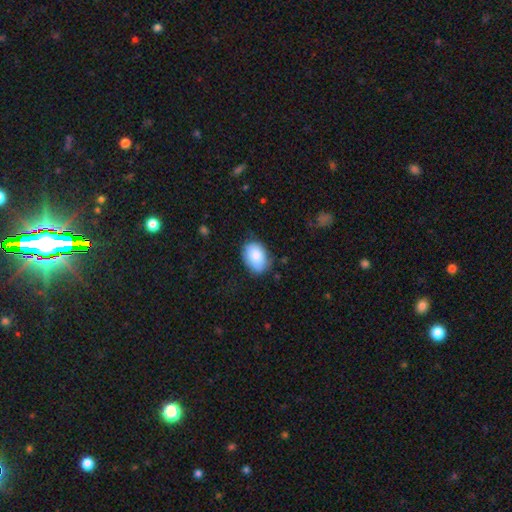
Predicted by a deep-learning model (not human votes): smooth-or-featured: smooth: 86% | featured or disk: 7% | star or artifact: 7%
  how-rounded: in between: 80% | round: 19% | cigar-shaped: 1%
  merging: none: 73% | minor disturbance: 21% | major disturbance: 5% | merger: 1%